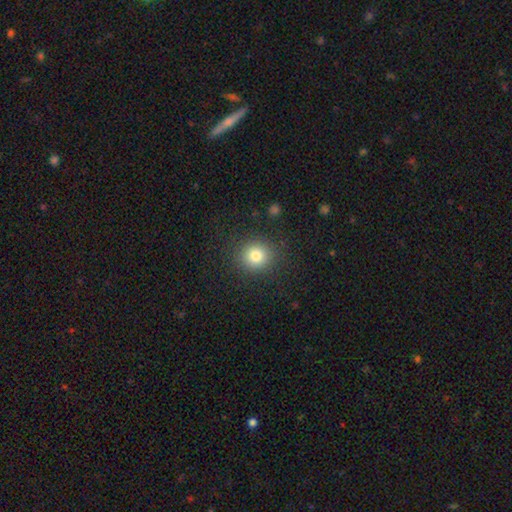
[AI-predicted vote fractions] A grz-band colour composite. It shows a smooth galaxy with no disk features (81%) that is round (87%). Merging: none (88%).